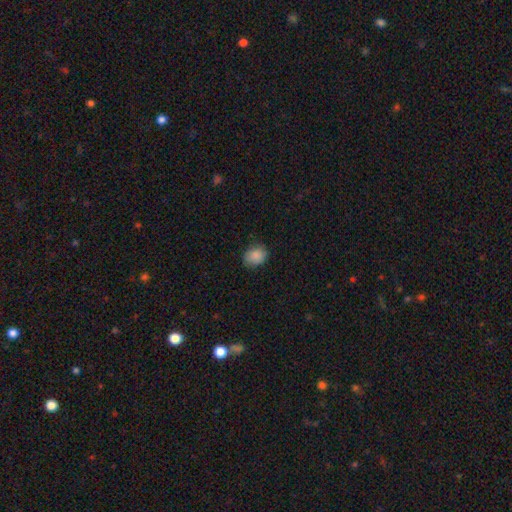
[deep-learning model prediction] smooth 88%, star or artifact 8%, featured or disk 4%. Down the decision tree: how rounded — round (51%); merging — none (80%).